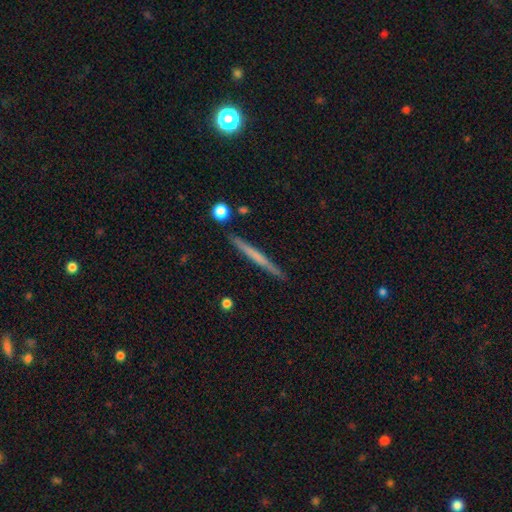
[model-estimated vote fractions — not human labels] Smooth or featured? Predicted: smooth (p=0.48). Merging? Predicted: none (p=0.90).